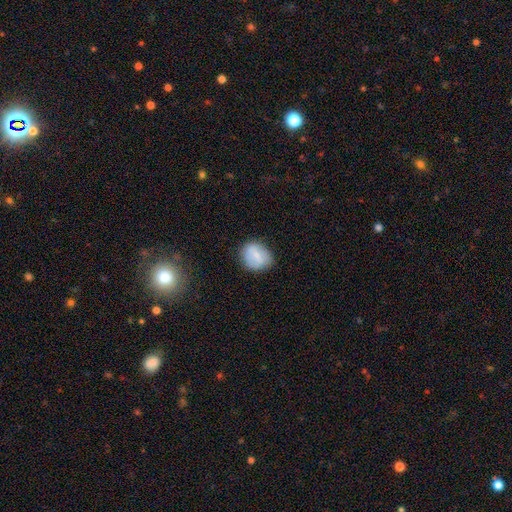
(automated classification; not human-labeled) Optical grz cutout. It shows a smooth galaxy with no disk features (73%) that is round (59%). Merging: none (79%).